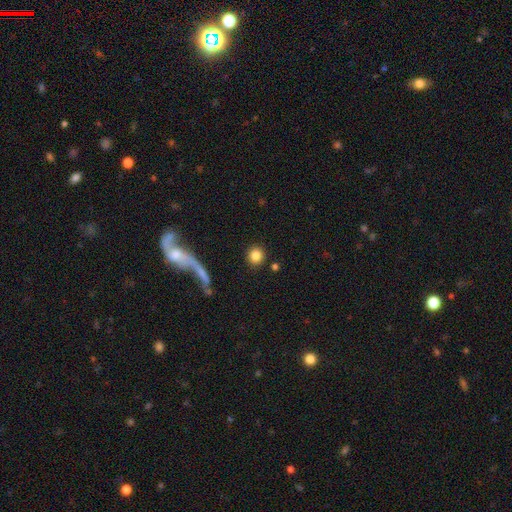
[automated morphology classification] Smooth or featured?
  - smooth: 83% *
  - star or artifact: 9%
  - featured or disk: 8%
How rounded?
  - round: 91% *
  - in between: 7%
  - cigar-shaped: 2%
Merging?
  - none: 88% *
  - minor disturbance: 6%
  - merger: 4%
  - major disturbance: 3%